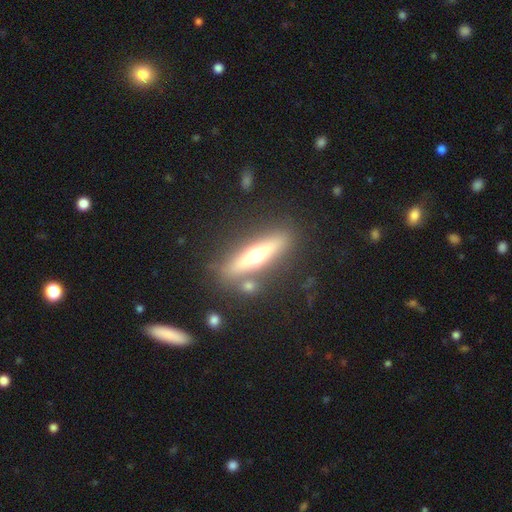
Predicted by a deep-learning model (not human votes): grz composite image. It shows a featured or disk galaxy (63%) viewed edge-on (91%) with a rounded central bulge (95%). Merging: none (79%).